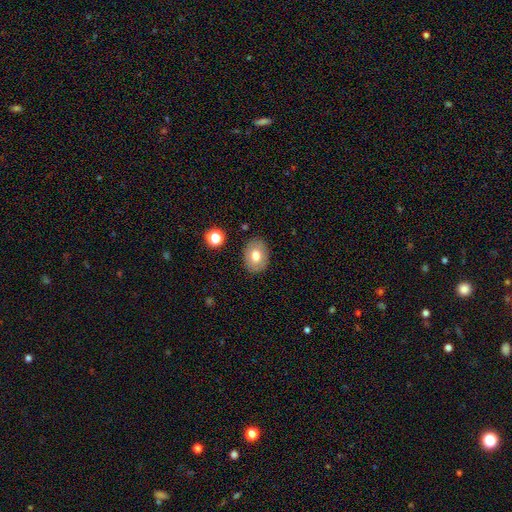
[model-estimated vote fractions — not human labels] Overall: smooth (74%). How rounded: in between (69%; round 30%). Merging: none (86%).